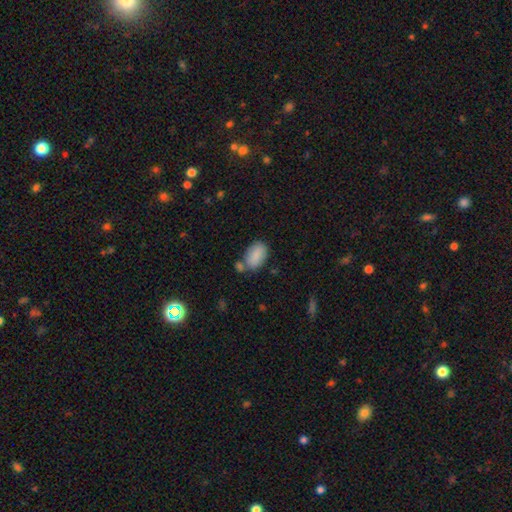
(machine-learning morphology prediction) smooth_or_featured: smooth (p=0.87) [alt: star or artifact p=0.07]
how_rounded: in between (p=0.92) [alt: round p=0.06]
merging: none (p=0.58) [alt: merger p=0.20]